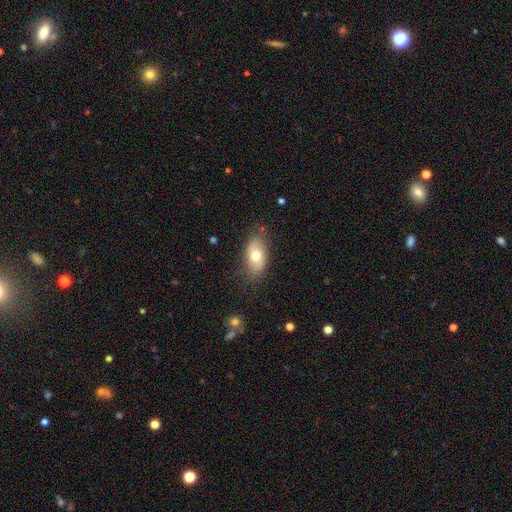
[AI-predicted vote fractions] This appears to be a smooth galaxy with no disk features (67%) that is in between round and cigar-shaped (90%). Merging: none (77%).